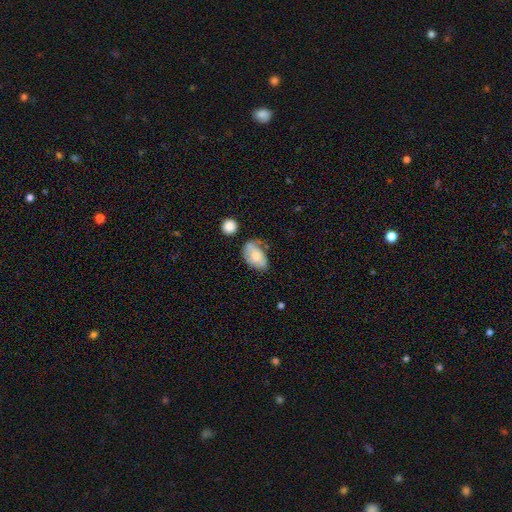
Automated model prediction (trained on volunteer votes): Overall: smooth (70%). How rounded: in between (91%). Merging: none (43%; minor disturbance 36%).